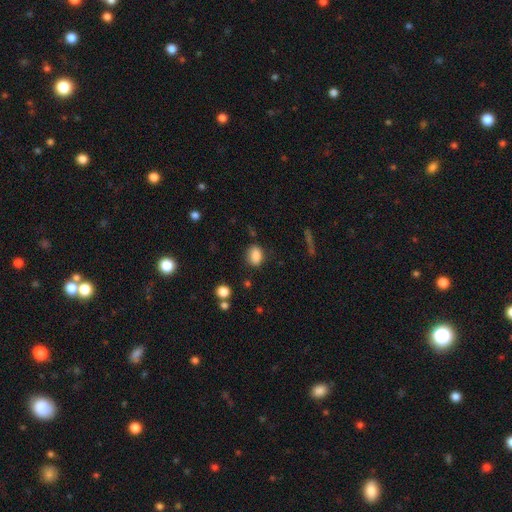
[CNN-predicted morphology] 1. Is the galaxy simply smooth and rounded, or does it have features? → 85% smooth, 9% star or artifact, 5% featured or disk.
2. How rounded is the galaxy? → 72% in between, 27% round, 2% cigar-shaped.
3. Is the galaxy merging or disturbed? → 77% none, 16% minor disturbance, 4% major disturbance, 3% merger.